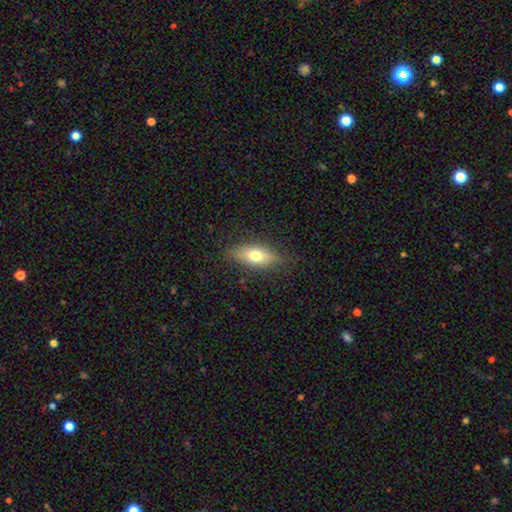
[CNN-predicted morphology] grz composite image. It shows a smooth galaxy with no disk features (66%) that is in between round and cigar-shaped (74%). Merging: none (81%).